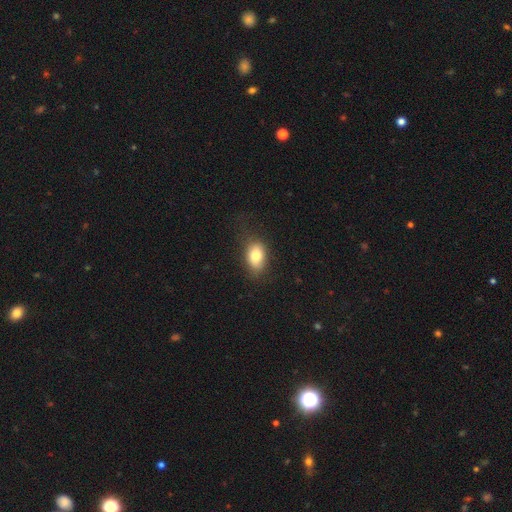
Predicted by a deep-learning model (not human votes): The model was most divided on "merging": none: 72%, minor disturbance: 19%, major disturbance: 7%, merger: 1%. More confident: how rounded — in between (83%); smooth or featured — smooth (81%).